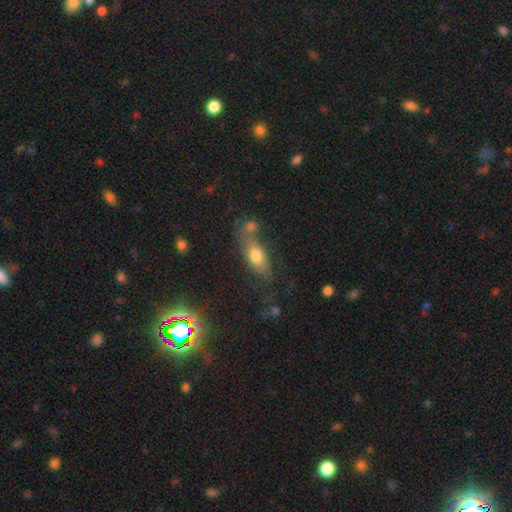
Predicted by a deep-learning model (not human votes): A smooth galaxy with no disk features (69%) that is in between round and cigar-shaped (72%).

Vote fractions:
- Smooth or featured? smooth: 69% / featured or disk: 21% / star or artifact: 10%
- How rounded? in between: 72% / cigar-shaped: 20% / round: 8%
- Merging? none: 50% / minor disturbance: 20% / merger: 19% / major disturbance: 11%